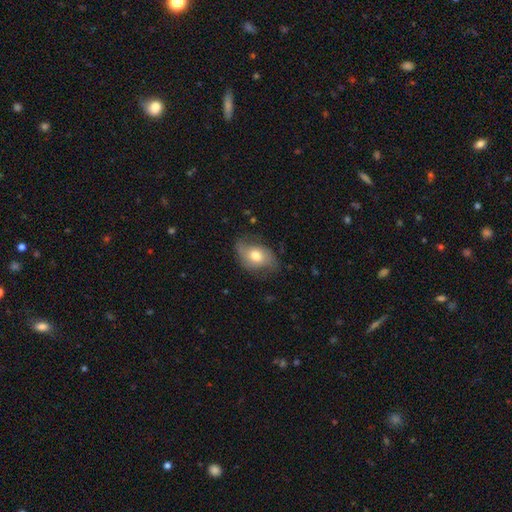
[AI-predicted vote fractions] This appears to be a smooth galaxy with no disk features (52%) that is in between round and cigar-shaped (81%). Merging: none (60%).